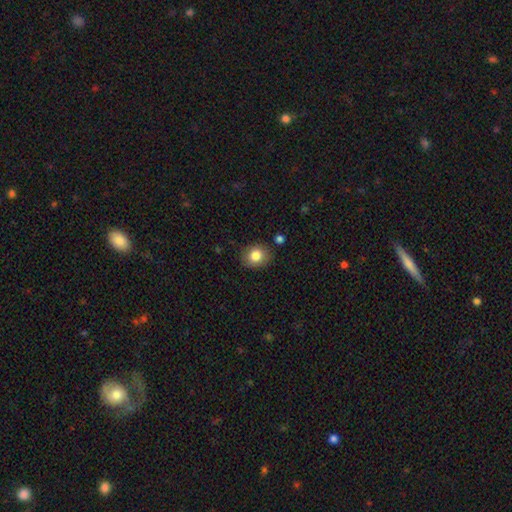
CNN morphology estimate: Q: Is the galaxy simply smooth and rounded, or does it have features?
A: smooth — 83%.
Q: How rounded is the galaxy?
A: round — 70%.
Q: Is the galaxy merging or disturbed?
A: none — 84%.